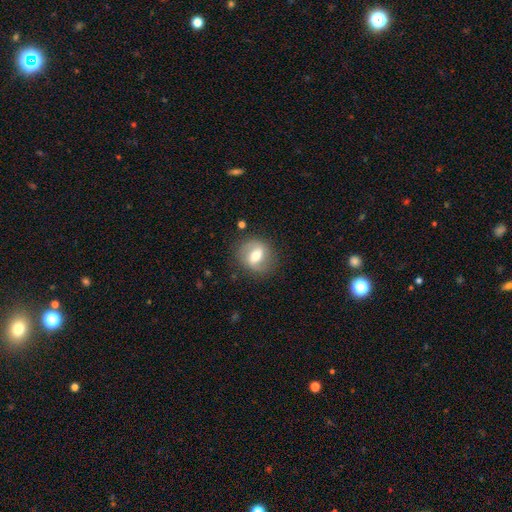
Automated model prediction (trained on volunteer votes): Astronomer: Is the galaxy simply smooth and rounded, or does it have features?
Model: featured or disk — 49% (runner-up: smooth, 43%).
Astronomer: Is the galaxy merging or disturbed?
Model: none — 80%.